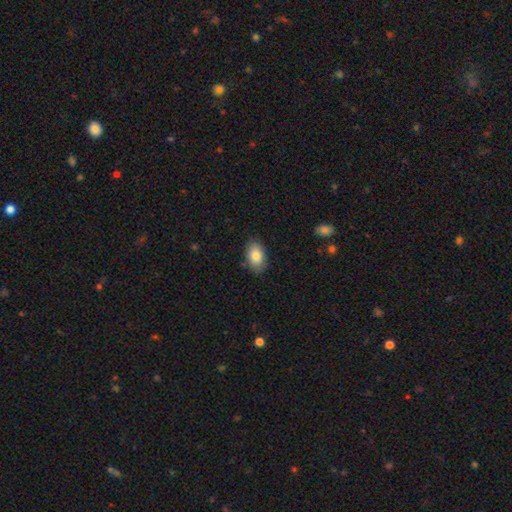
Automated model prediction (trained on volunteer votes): smooth-or-featured: smooth: 83% | featured or disk: 10% | star or artifact: 7%
  how-rounded: in between: 89% | round: 9% | cigar-shaped: 1%
  merging: none: 83% | minor disturbance: 13% | major disturbance: 3% | merger: 1%